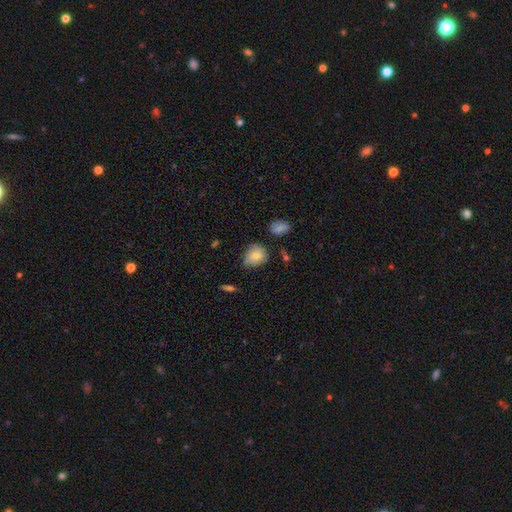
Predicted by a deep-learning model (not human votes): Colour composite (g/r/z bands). It shows a smooth galaxy with no disk features (77%) that is round (68%). Merging: none (63%).